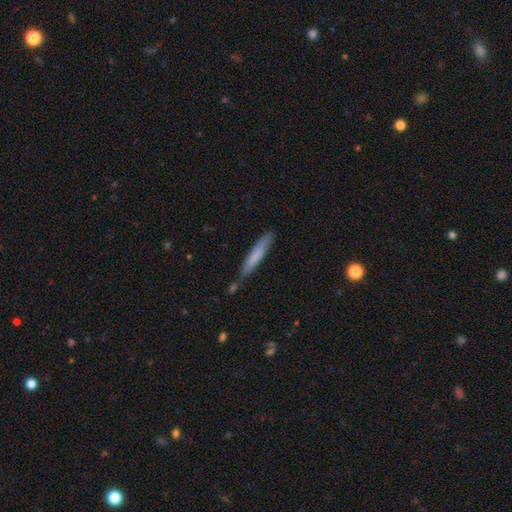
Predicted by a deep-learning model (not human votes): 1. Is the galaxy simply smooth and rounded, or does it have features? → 72% smooth, 22% featured or disk, 6% star or artifact.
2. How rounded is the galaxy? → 93% cigar-shaped, 6% in between, 1% round.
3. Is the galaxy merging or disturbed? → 74% none, 17% minor disturbance, 6% merger, 3% major disturbance.